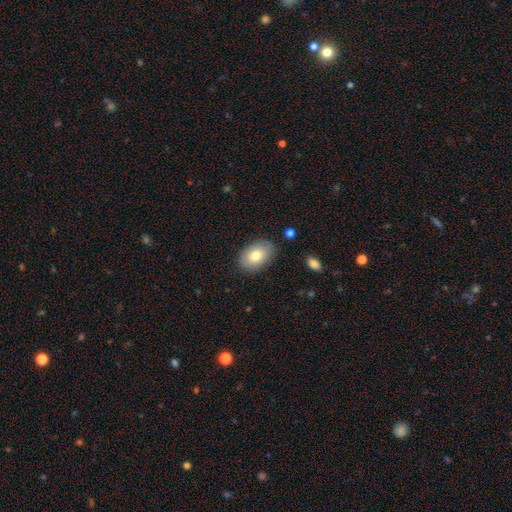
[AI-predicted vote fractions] Morphology: type=smooth (76%); roundness=in between (89%); merging=none (85%).